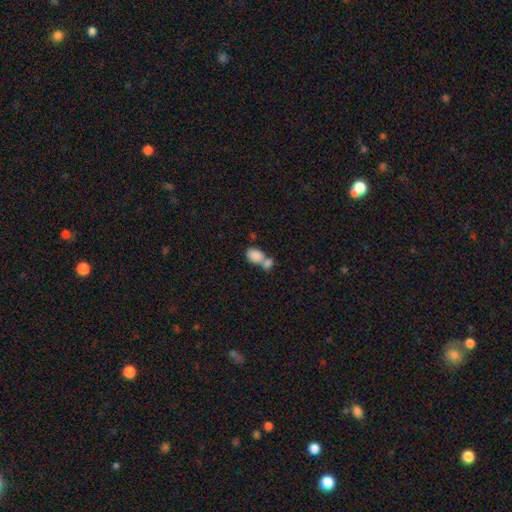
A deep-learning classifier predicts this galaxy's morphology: Smooth or featured: smooth — 84% (featured or disk — 8%)
How rounded: in between — 82% (round — 16%)
Merging: merger — 62% (none — 26%)